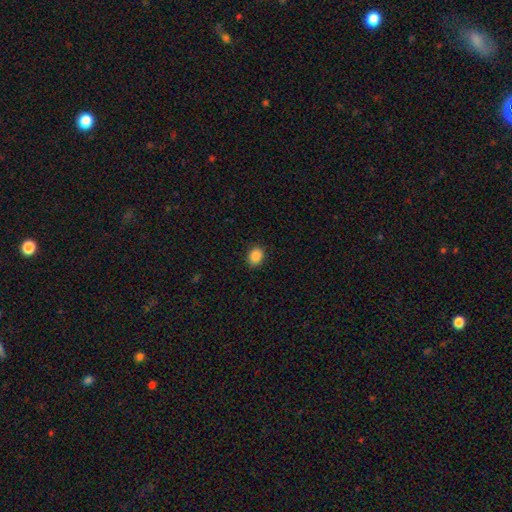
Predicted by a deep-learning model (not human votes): smooth-or-featured: smooth: 88% | star or artifact: 9% | featured or disk: 3%
  how-rounded: in between: 57% | round: 43% | cigar-shaped: 1%
  merging: none: 88% | minor disturbance: 9% | major disturbance: 2% | merger: 1%